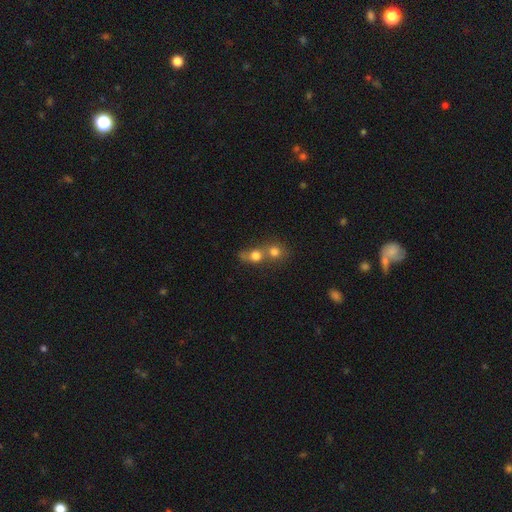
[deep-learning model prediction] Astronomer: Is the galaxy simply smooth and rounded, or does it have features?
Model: smooth — 72%.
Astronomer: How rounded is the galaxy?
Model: round — 75%.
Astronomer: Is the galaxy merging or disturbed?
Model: merger — 60%.